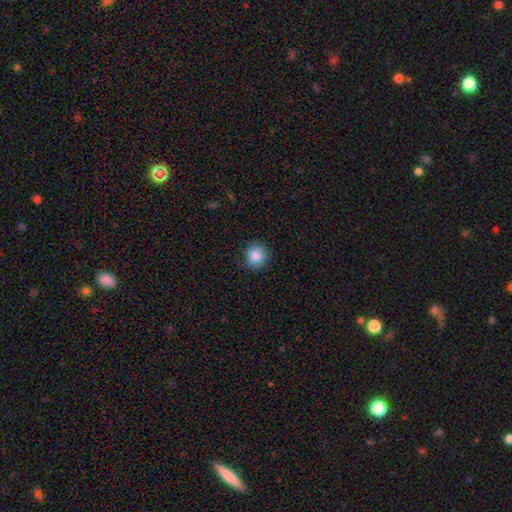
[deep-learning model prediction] Smooth or featured? Predicted: smooth (p=0.86). How rounded? Predicted: round (p=0.92). Merging? Predicted: none (p=0.87).